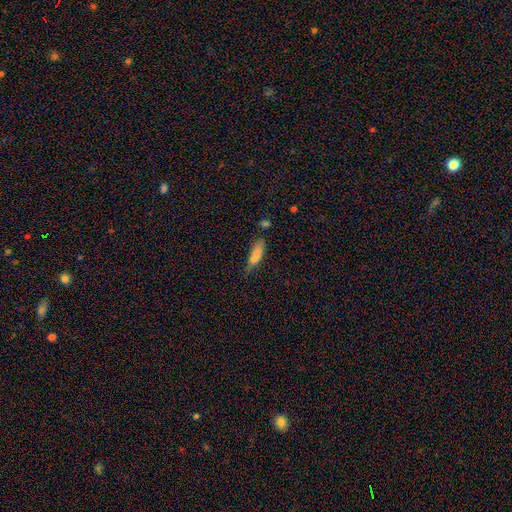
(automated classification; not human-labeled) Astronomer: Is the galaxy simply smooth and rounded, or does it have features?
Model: smooth — 75%.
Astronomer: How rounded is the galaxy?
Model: cigar-shaped — 50% (runner-up: in between, 48%).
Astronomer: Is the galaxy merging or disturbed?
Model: none — 48% (runner-up: minor disturbance, 27%).